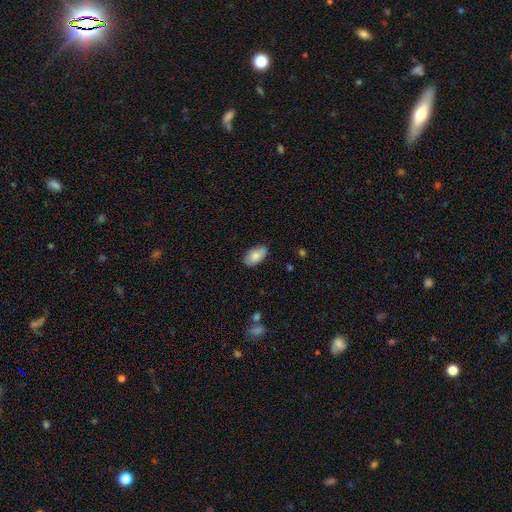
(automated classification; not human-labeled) Smooth or featured? Predicted: smooth (p=0.83). How rounded? Predicted: in between (p=0.94). Merging? Predicted: none (p=0.80).